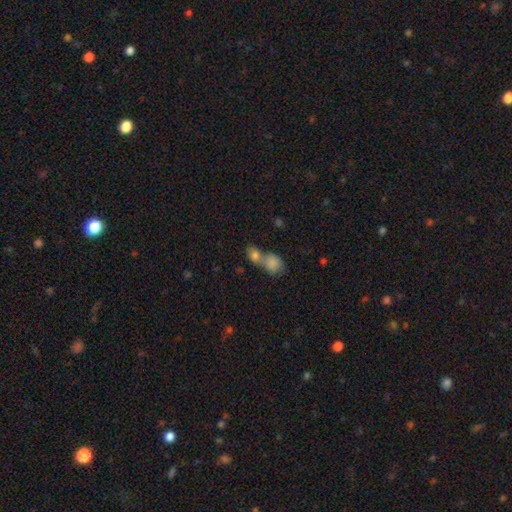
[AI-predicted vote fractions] The model was most divided on "how rounded": in between: 52%, round: 45%, cigar-shaped: 3%. More confident: smooth or featured — smooth (80%); merging — merger (68%).